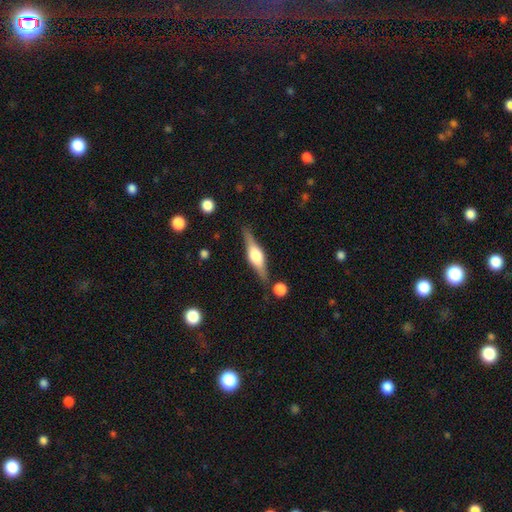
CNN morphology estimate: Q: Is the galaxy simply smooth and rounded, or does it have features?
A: featured or disk — 71%.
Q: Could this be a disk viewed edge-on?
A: yes — 97%.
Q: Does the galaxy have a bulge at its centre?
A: rounded — 86%.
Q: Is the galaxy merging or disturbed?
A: none — 81%.